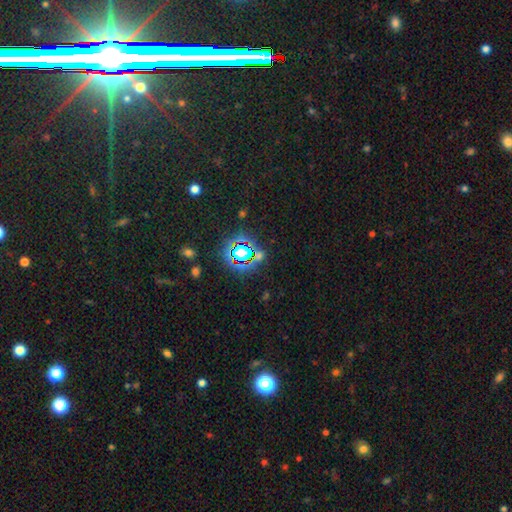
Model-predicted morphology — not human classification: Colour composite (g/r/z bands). It shows a star or artifact, not a galaxy (74%).